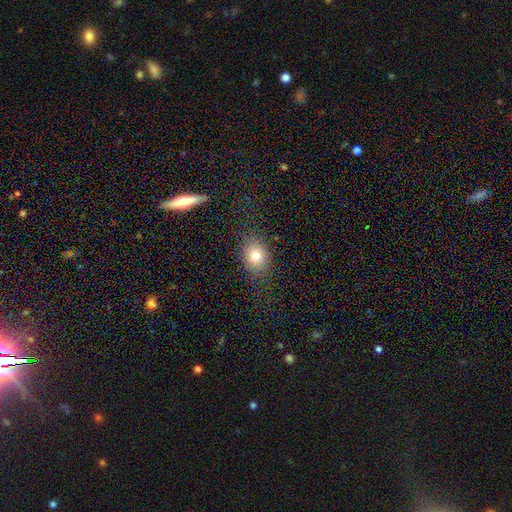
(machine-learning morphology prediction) The model was most divided on "how rounded": in between: 52%, round: 47%, cigar-shaped: 1%. More confident: merging — none (80%); smooth or featured — smooth (77%).